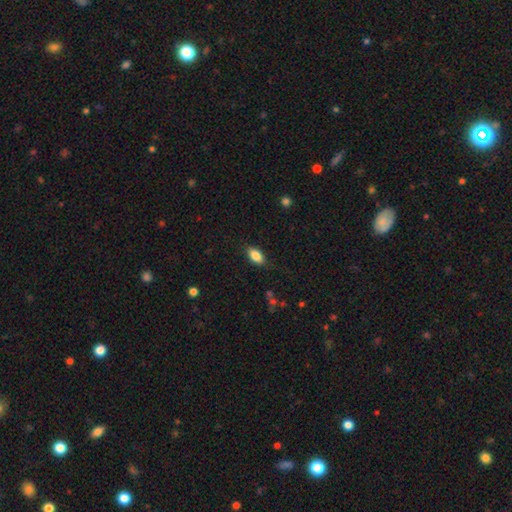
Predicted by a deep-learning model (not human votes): This appears to be a smooth galaxy with no disk features (84%) that is in between round and cigar-shaped (89%). Merging: none (82%).